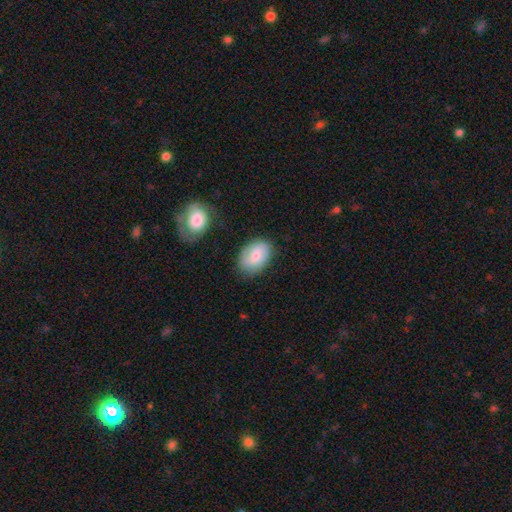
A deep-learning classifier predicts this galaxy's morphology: smooth_or_featured: smooth (p=0.68) [alt: featured or disk p=0.25]
how_rounded: in between (p=0.86) [alt: round p=0.13]
merging: none (p=0.78) [alt: minor disturbance p=0.15]